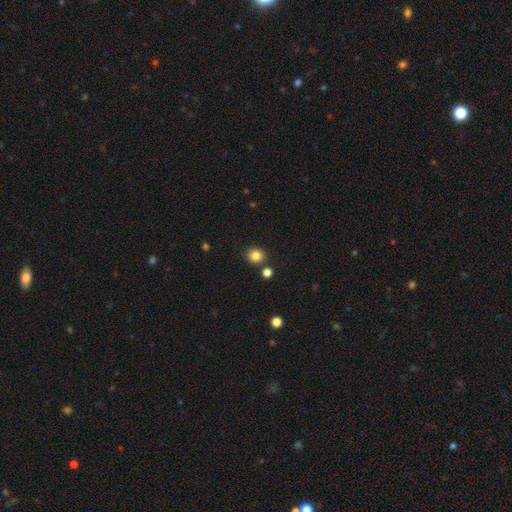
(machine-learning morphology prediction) Smooth or featured: smooth — 84% (star or artifact — 12%)
How rounded: round — 85% (in between — 14%)
Merging: none — 84% (minor disturbance — 7%)